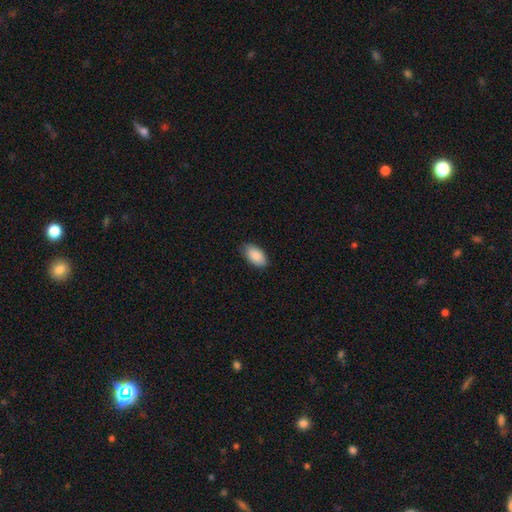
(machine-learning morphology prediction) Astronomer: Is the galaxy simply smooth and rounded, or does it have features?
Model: smooth — 90%.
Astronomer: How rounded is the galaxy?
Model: in between — 94%.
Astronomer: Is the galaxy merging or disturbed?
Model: none — 84%.